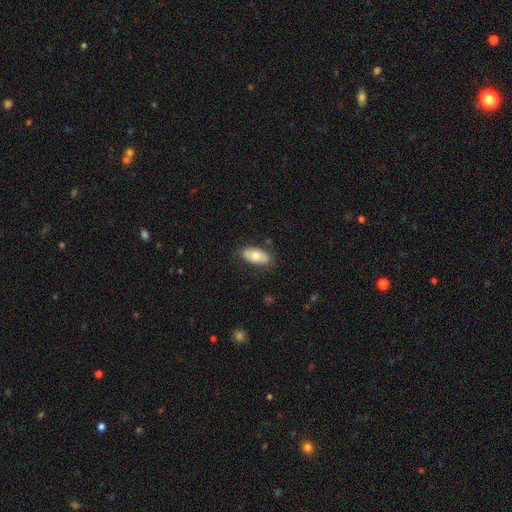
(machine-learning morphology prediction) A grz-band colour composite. It shows a smooth galaxy with no disk features (65%) that is in between round and cigar-shaped (92%). Merging: none (81%).